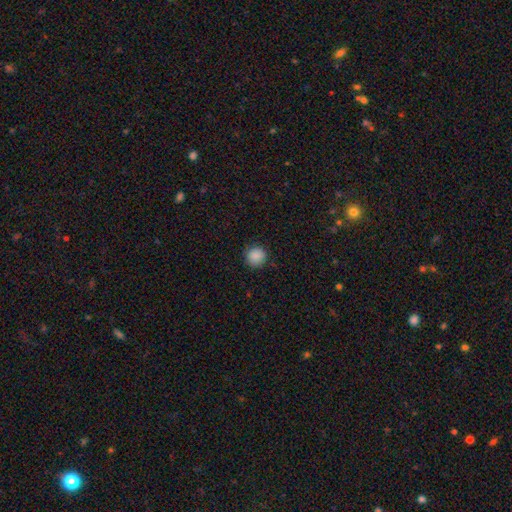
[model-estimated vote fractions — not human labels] Q: Smooth or featured?
A: smooth (88%); runner-up: star or artifact (9%)
Q: How rounded?
A: round (92%); runner-up: in between (7%)
Q: Merging?
A: none (88%); runner-up: minor disturbance (8%)